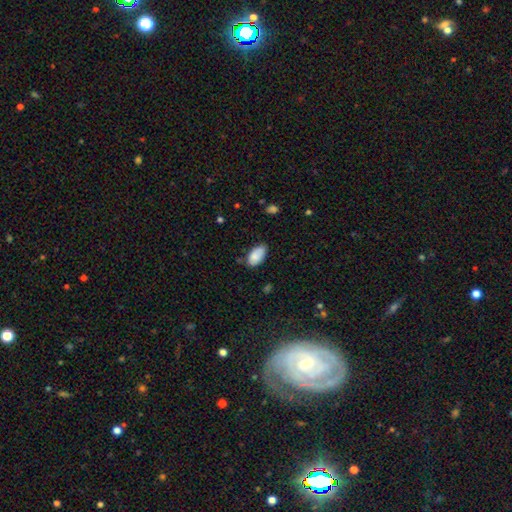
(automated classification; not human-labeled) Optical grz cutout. It shows a smooth galaxy with no disk features (86%) that is in between round and cigar-shaped (95%). Merging: none (68%).